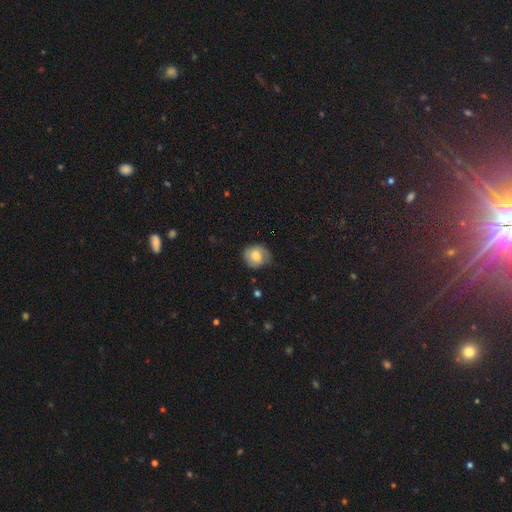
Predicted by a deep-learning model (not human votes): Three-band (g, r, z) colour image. It shows a smooth galaxy with no disk features (59%) that is round (80%). Merging: none (61%).